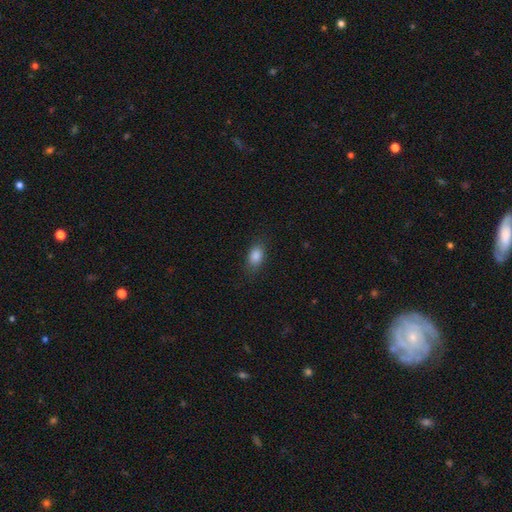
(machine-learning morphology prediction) Overall: smooth (86%). How rounded: in between (86%). Merging: none (82%).